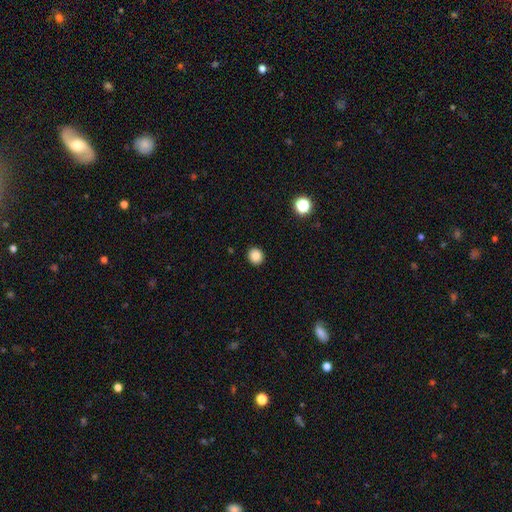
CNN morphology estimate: smooth_or_featured: smooth (p=0.86) [alt: star or artifact p=0.11]
how_rounded: round (p=0.83) [alt: in between p=0.16]
merging: none (p=0.92) [alt: minor disturbance p=0.05]